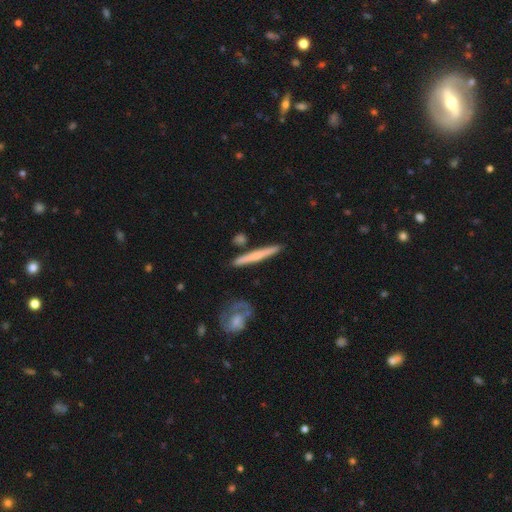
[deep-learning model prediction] Morphology: type=smooth (48%); merging=none (85%).